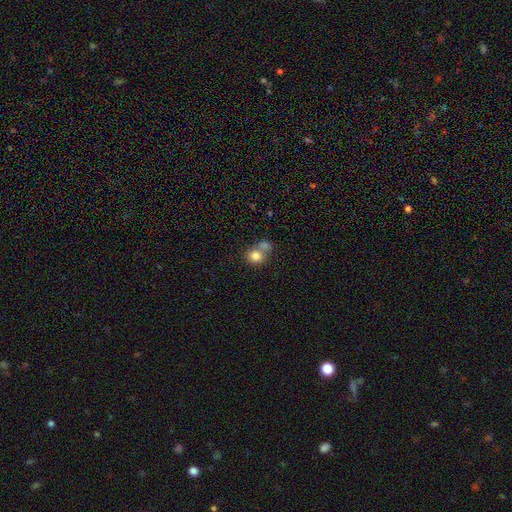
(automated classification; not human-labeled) smooth-or-featured: smooth: 81% | star or artifact: 10% | featured or disk: 9%
  how-rounded: round: 76% | in between: 23% | cigar-shaped: 1%
  merging: merger: 46% | none: 41% | minor disturbance: 9% | major disturbance: 4%